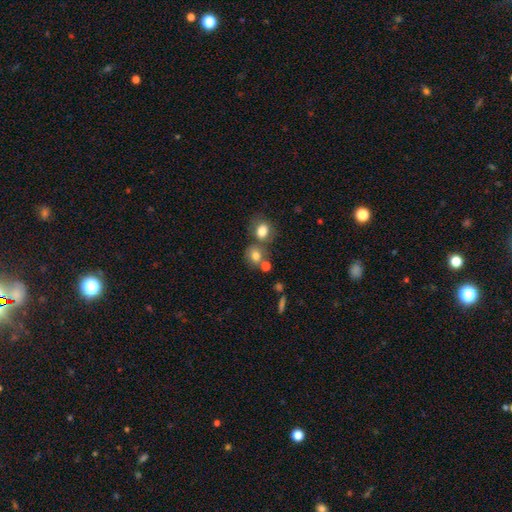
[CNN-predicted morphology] smooth_or_featured: smooth (p=0.77) [alt: star or artifact p=0.12]
how_rounded: round (p=0.66) [alt: in between p=0.33]
merging: none (p=0.50) [alt: merger p=0.34]